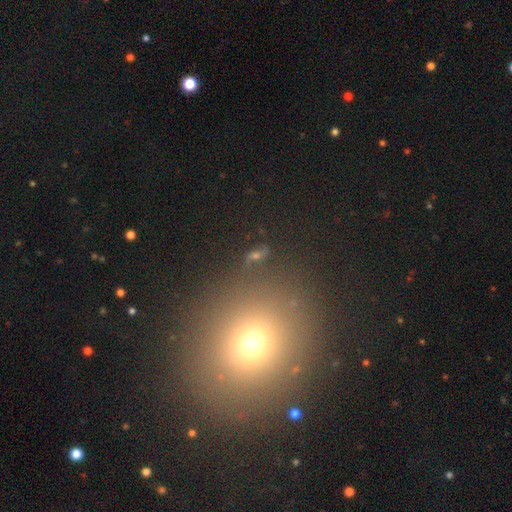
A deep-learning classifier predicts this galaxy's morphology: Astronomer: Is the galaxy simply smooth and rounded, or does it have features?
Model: smooth — 42% (runner-up: star or artifact, 39%).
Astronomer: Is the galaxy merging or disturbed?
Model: none — 68%.